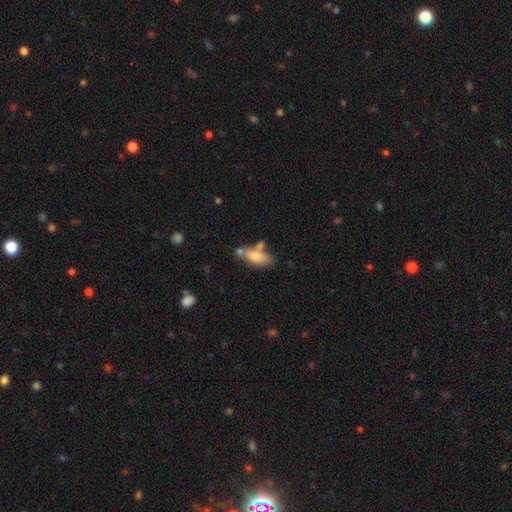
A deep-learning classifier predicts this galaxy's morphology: A smooth galaxy with no disk features (73%) that is in between round and cigar-shaped (75%). Merging: none (48%).